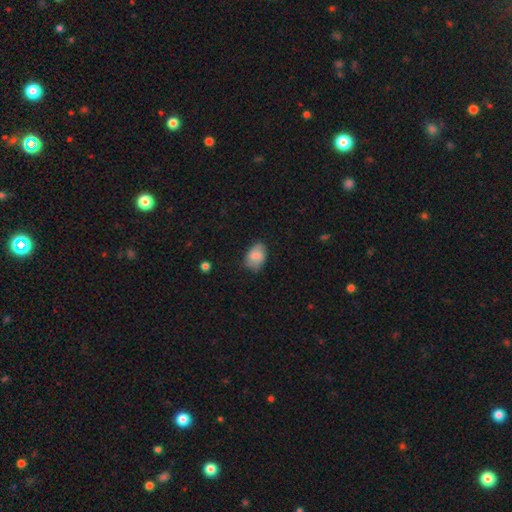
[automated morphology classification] Smooth or featured: smooth — 76% (featured or disk — 17%)
How rounded: in between — 82% (round — 16%)
Merging: none — 69% (minor disturbance — 25%)